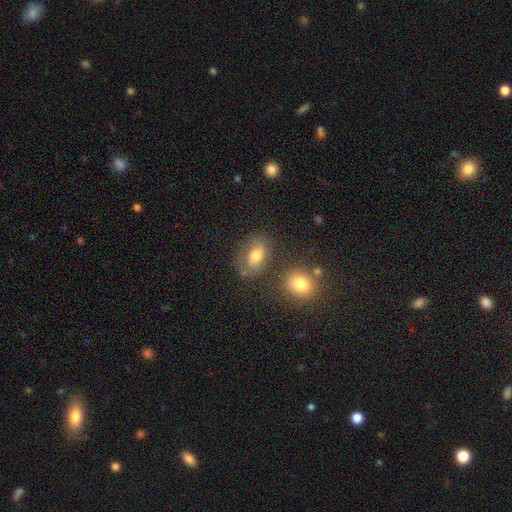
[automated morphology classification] type=smooth (69%); roundness=in between (79%); merging=none (66%).